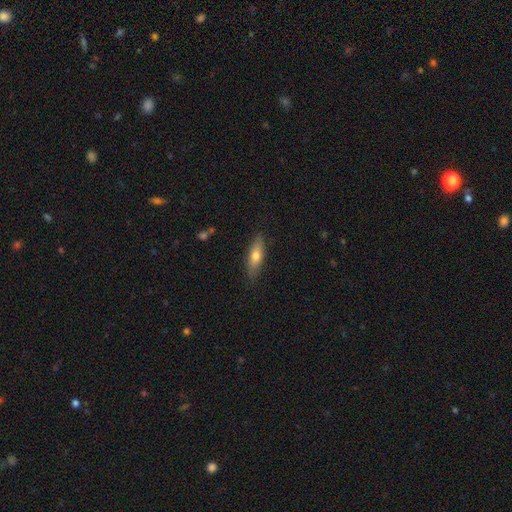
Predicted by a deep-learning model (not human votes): smooth 68%, featured or disk 26%, star or artifact 6%. Down the decision tree: how rounded — in between (49%); merging — none (84%).